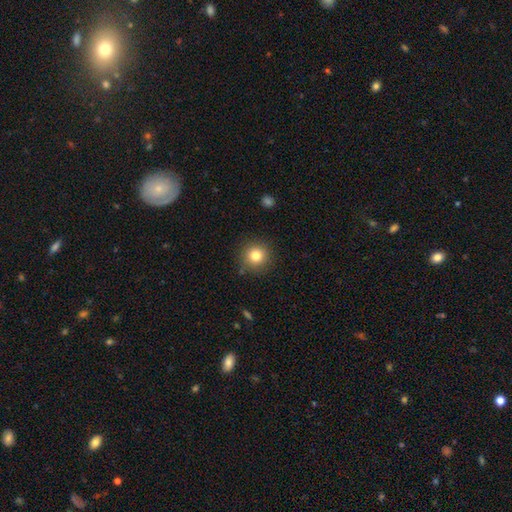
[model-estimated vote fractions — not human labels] smooth-or-featured: smooth: 81% | star or artifact: 12% | featured or disk: 8%
  how-rounded: round: 93% | in between: 6% | cigar-shaped: 1%
  merging: none: 87% | minor disturbance: 8% | major disturbance: 3% | merger: 2%